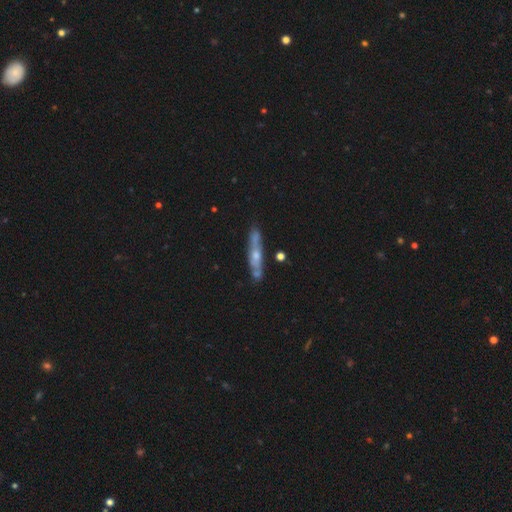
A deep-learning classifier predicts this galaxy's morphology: Smooth or featured: featured or disk — 64% (smooth — 29%)
Edge-on disk: yes — 72% (no — 28%)
Merging: none — 74% (minor disturbance — 16%)